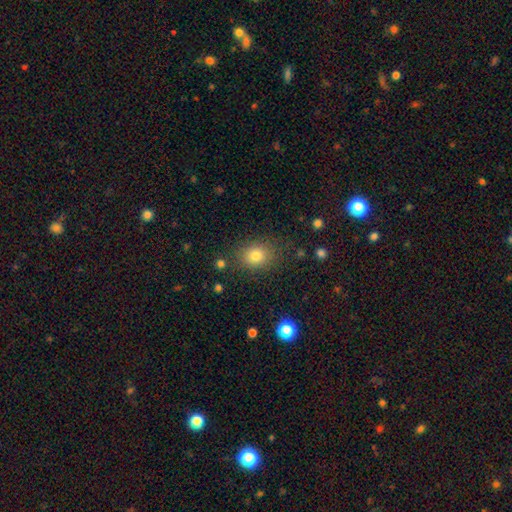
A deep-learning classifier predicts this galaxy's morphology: The model was most divided on "how rounded": round: 52%, in between: 47%, cigar-shaped: 1%. More confident: merging — none (81%); smooth or featured — smooth (80%).